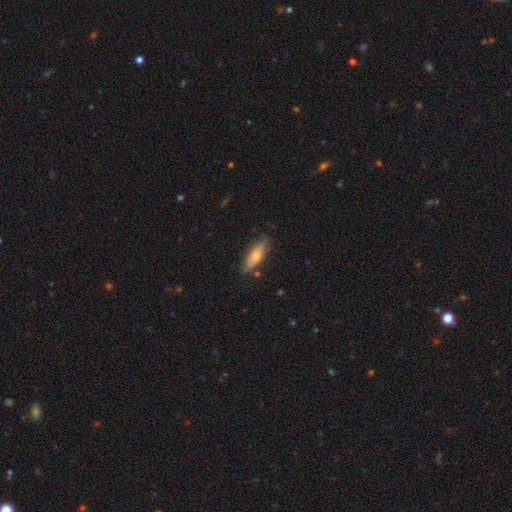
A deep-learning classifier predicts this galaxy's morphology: smooth 55%, featured or disk 39%, star or artifact 7%. Down the decision tree: how rounded — in between (53%); merging — none (79%).